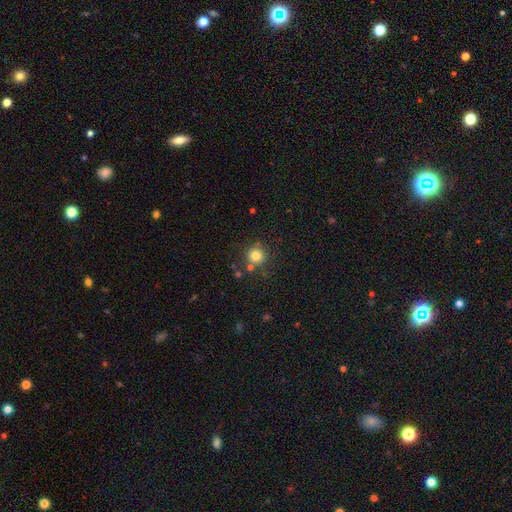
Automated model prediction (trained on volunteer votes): Q: Smooth or featured?
A: smooth (80%); runner-up: star or artifact (13%)
Q: How rounded?
A: round (94%); runner-up: in between (5%)
Q: Merging?
A: none (80%); runner-up: minor disturbance (9%)